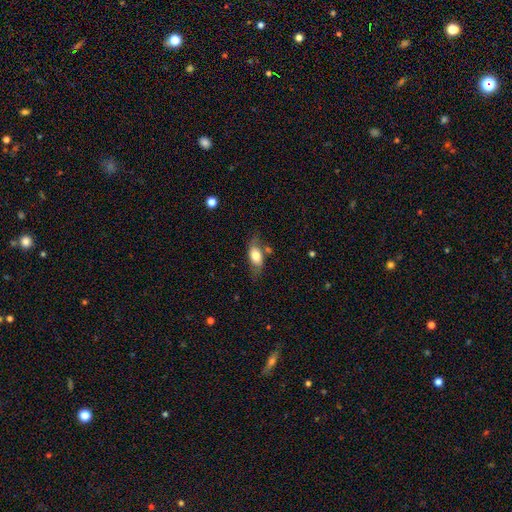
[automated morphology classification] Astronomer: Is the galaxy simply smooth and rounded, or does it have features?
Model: smooth — 67%.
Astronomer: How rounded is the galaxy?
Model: in between — 85%.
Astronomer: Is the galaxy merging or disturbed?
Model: none — 62%.